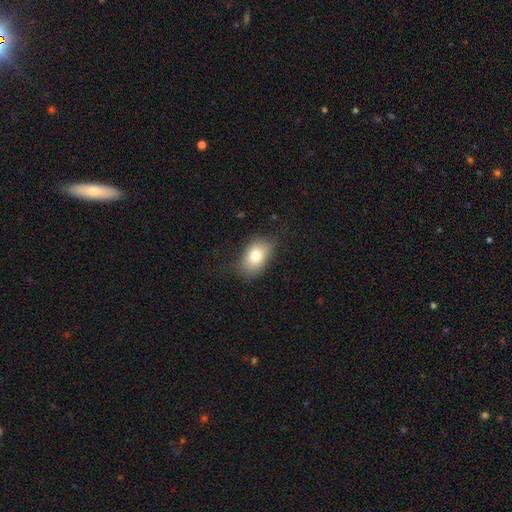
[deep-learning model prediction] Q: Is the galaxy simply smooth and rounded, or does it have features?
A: smooth — 77%.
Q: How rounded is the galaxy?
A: in between — 84%.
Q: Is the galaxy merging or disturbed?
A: none — 72%.